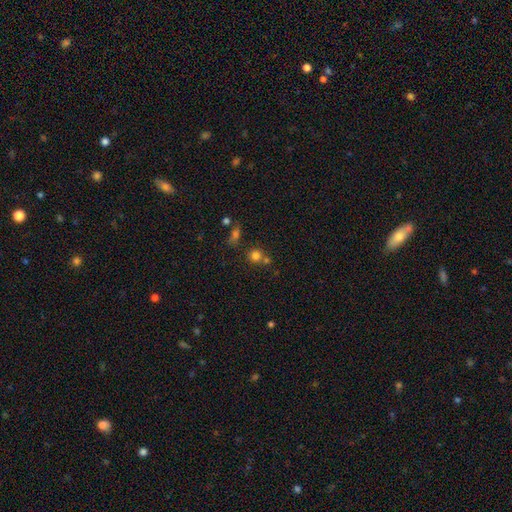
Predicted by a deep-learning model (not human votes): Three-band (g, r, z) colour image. It shows a smooth galaxy with no disk features (76%) that is round (89%). Merging: none (61%).